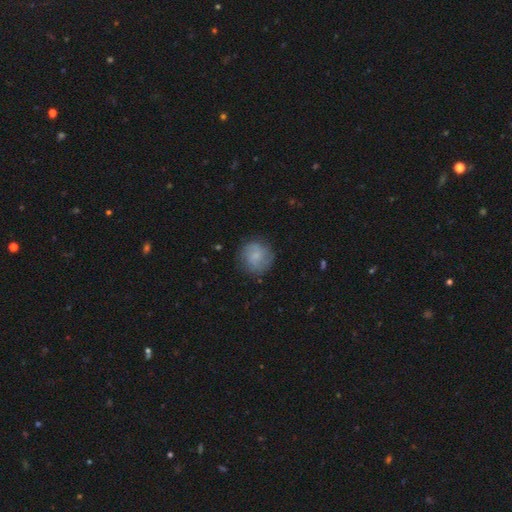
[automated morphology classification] A smooth galaxy with no disk features (66%) that is round (91%).

Vote fractions:
- Smooth or featured? smooth: 66% / featured or disk: 26% / star or artifact: 8%
- How rounded? round: 91% / in between: 8% / cigar-shaped: 1%
- Merging? none: 77% / minor disturbance: 16% / major disturbance: 5% / merger: 1%